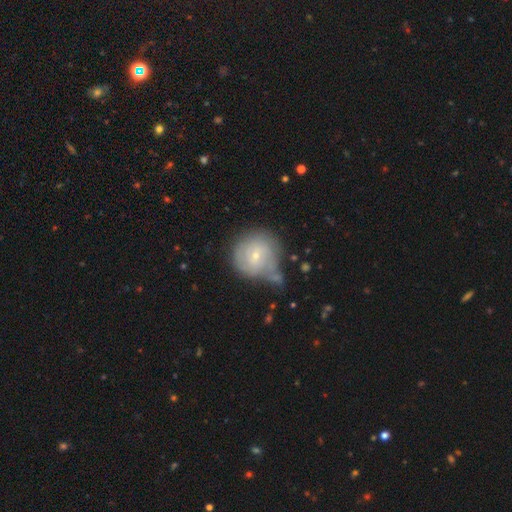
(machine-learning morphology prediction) smooth 48%, featured or disk 44%, star or artifact 8%. Down the decision tree: merging — none (41%).